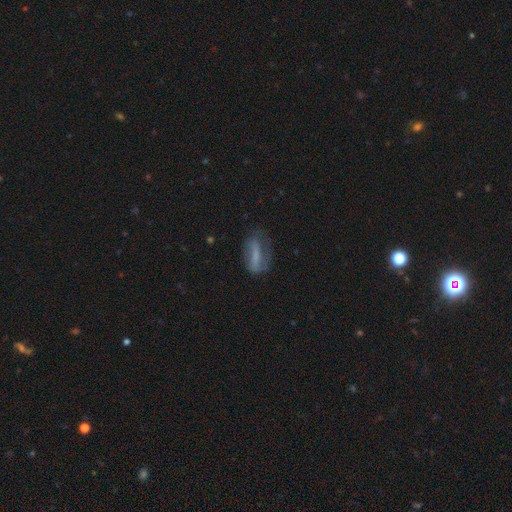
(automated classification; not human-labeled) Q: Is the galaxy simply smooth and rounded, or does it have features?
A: smooth — 48%.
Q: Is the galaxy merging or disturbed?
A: none — 49%.